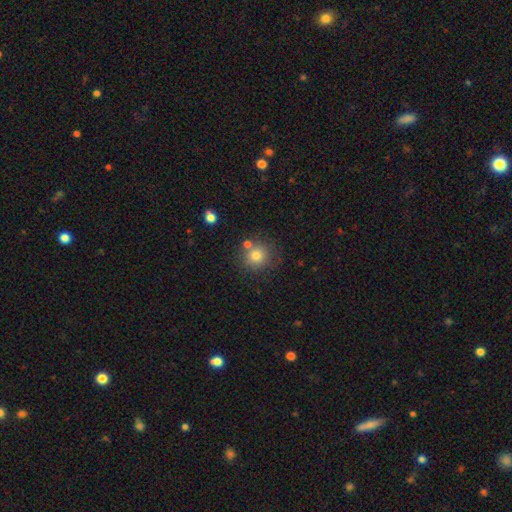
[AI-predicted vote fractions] A smooth galaxy with no disk features (77%) that is round (90%). Merging: none (73%).